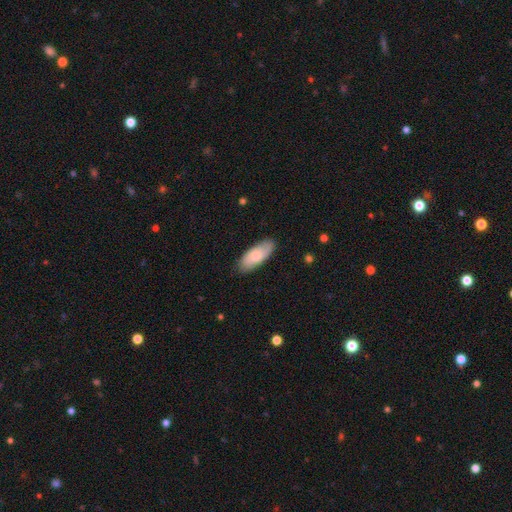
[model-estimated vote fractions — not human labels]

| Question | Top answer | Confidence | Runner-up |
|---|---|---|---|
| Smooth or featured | smooth | 64% | featured or disk (30%) |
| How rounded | in between | 81% | cigar-shaped (17%) |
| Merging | none | 83% | minor disturbance (13%) |